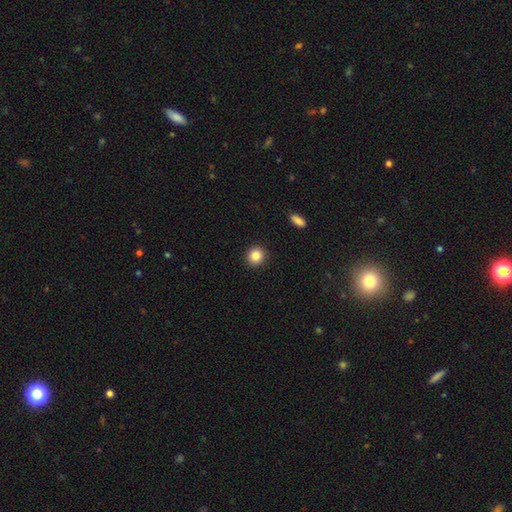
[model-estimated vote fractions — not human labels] The model was most divided on "smooth or featured": smooth: 85%, star or artifact: 10%, featured or disk: 5%. More confident: merging — none (92%); how rounded — round (91%).